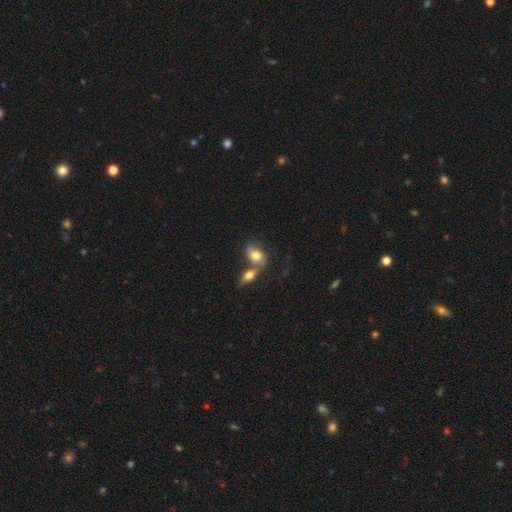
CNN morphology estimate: Overall: smooth (61%; featured or disk 32%). How rounded: in between (82%). Merging: merger (51%; none 32%).